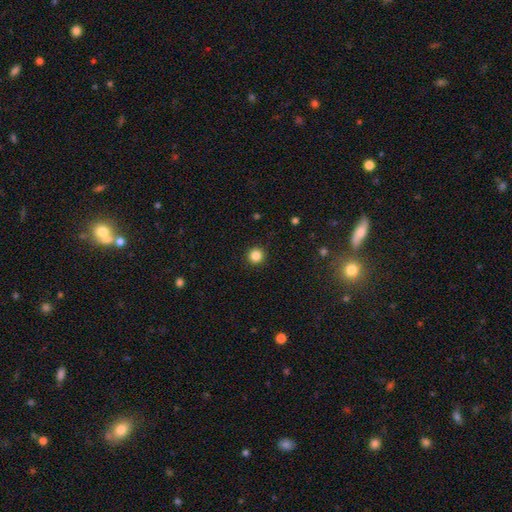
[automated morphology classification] Smooth or featured?
  - smooth: 85% *
  - star or artifact: 11%
  - featured or disk: 4%
How rounded?
  - round: 96% *
  - in between: 4%
  - cigar-shaped: 1%
Merging?
  - none: 92% *
  - minor disturbance: 5%
  - major disturbance: 2%
  - merger: 1%